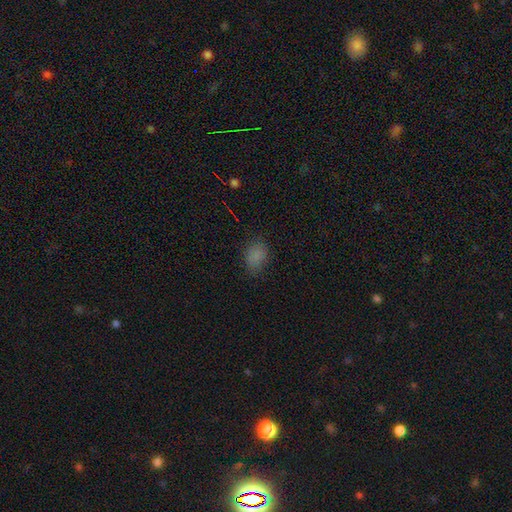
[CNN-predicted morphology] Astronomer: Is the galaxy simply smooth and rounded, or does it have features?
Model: smooth — 80%.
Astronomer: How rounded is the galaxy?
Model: in between — 80%.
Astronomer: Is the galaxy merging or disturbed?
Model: none — 76%.